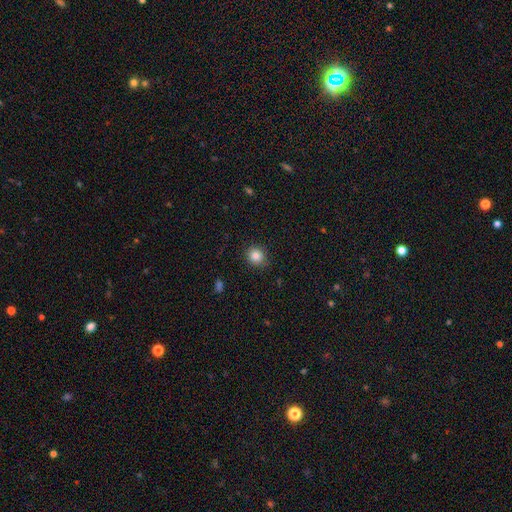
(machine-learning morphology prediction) smooth 84%, star or artifact 10%, featured or disk 5%. Down the decision tree: how rounded — round (84%); merging — none (86%).